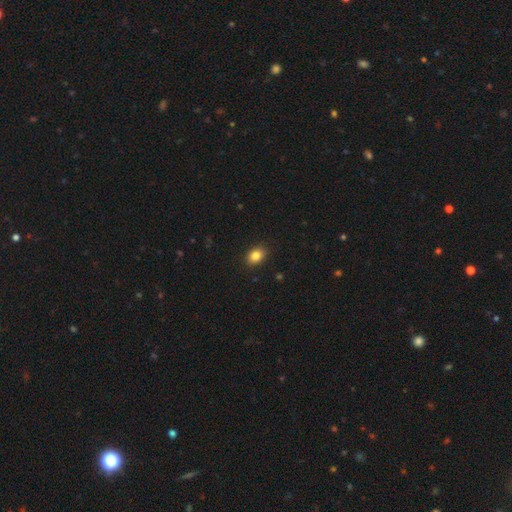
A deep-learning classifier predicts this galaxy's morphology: Smooth or featured? smooth (84%)
How rounded? in between (72%)
Merging? none (89%)